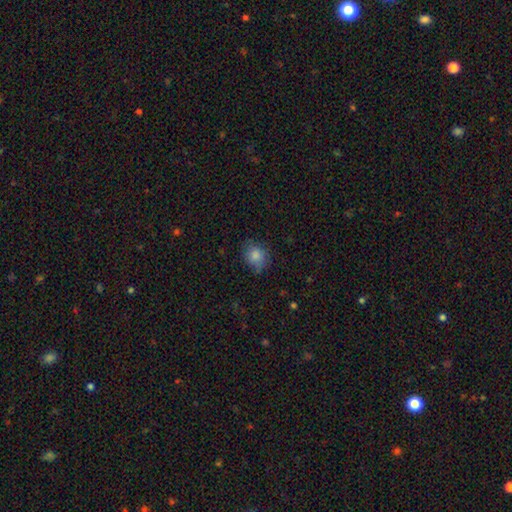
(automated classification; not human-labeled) A smooth galaxy with no disk features (83%) that is round (64%). Merging: none (69%).